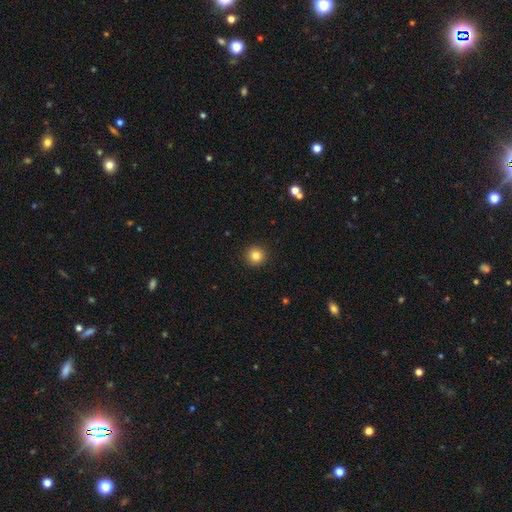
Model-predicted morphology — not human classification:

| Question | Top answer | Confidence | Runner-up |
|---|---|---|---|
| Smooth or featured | smooth | 82% | star or artifact (12%) |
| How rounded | round | 95% | in between (4%) |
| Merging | none | 93% | minor disturbance (4%) |